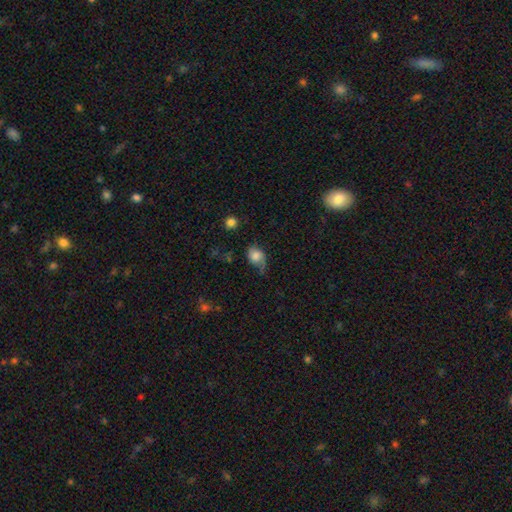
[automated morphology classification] Smooth or featured? Predicted: smooth (p=0.64). How rounded? Predicted: in between (p=0.65). Merging? Predicted: none (p=0.35).